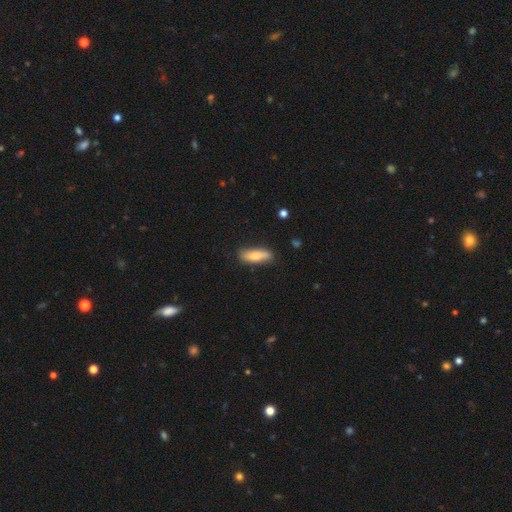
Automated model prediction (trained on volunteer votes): Overall: smooth (75%). How rounded: in between (52%; cigar-shaped 46%). Merging: none (79%).